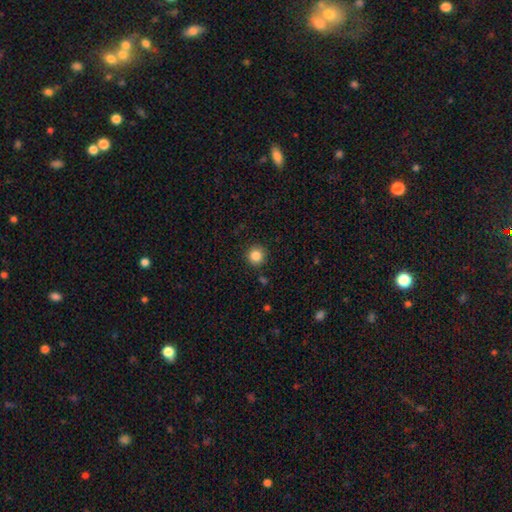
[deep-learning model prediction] Morphology: type=smooth (85%); roundness=round (94%); merging=none (89%).